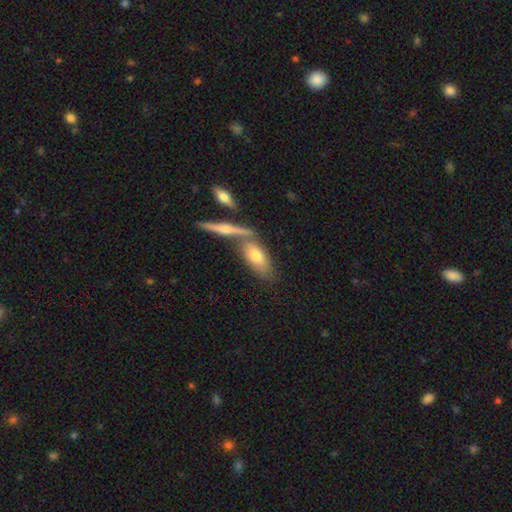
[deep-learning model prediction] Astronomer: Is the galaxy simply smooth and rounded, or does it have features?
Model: smooth — 65%.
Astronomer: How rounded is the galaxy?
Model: in between — 76%.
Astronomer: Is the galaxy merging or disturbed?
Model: none — 55%.